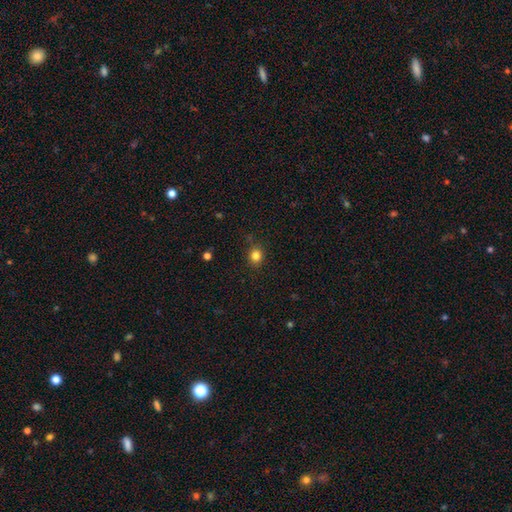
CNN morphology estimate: The model was most divided on "how rounded": round: 79%, in between: 20%, cigar-shaped: 1%. More confident: merging — none (85%); smooth or featured — smooth (82%).